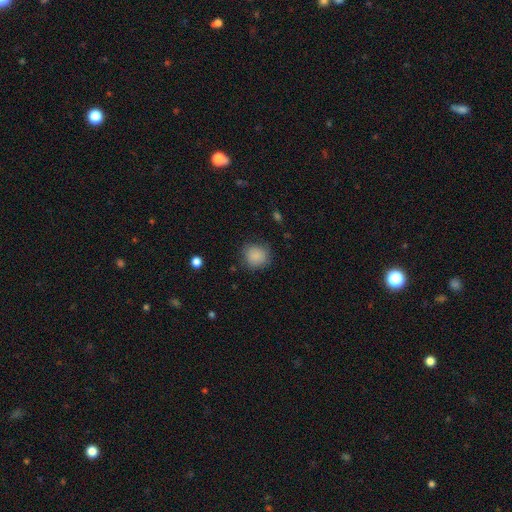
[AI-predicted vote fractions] smooth 86%, star or artifact 9%, featured or disk 5%. Down the decision tree: how rounded — round (88%); merging — none (80%).